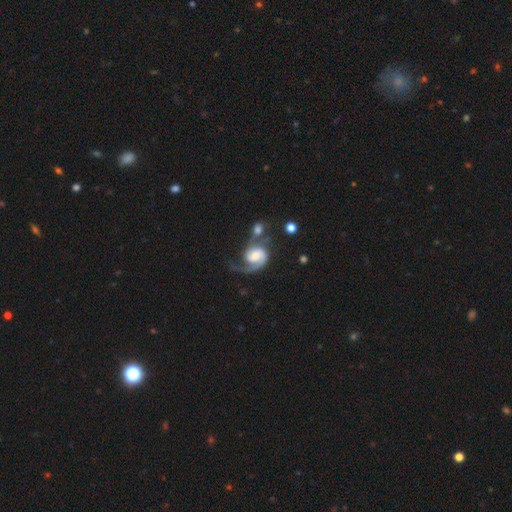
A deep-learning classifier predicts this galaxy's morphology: Smooth or featured? featured or disk (83%)
Edge-on disk? no (98%)
Bar? no (54%)
Spiral arms? yes (96%)
Spiral winding? medium (45%)
Spiral arm count? 2 (54%)
Bulge size? moderate (37%)
Merging? merger (32%)